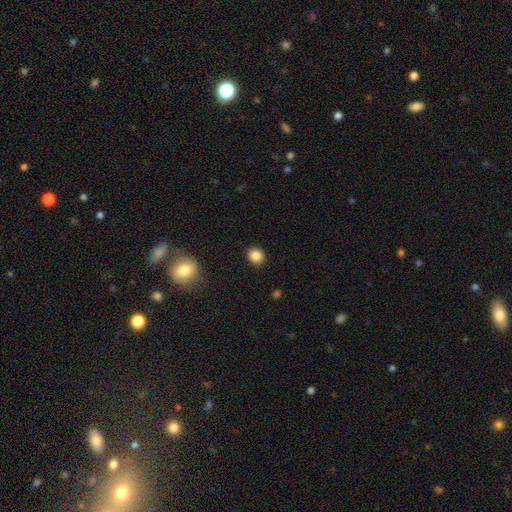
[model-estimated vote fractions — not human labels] smooth-or-featured: smooth: 86% | star or artifact: 10% | featured or disk: 4%
  how-rounded: round: 87% | in between: 12% | cigar-shaped: 1%
  merging: none: 92% | minor disturbance: 5% | major disturbance: 2% | merger: 1%